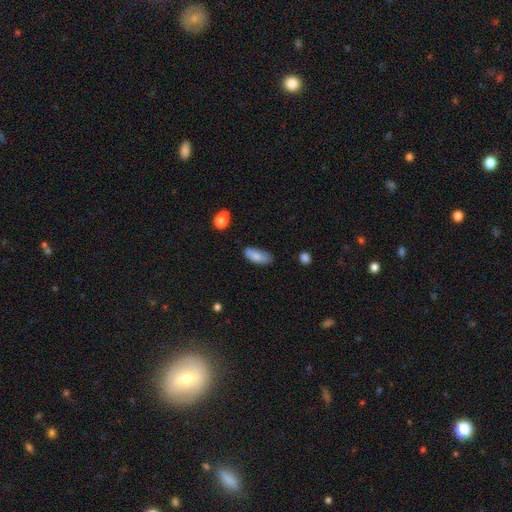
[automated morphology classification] This appears to be a smooth galaxy with no disk features (84%) that is in between round and cigar-shaped (80%). Merging: none (71%).